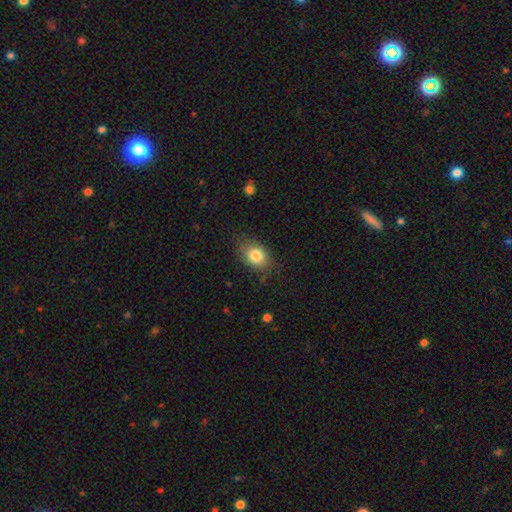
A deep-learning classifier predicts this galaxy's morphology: This appears to be a smooth galaxy with no disk features (82%) that is in between round and cigar-shaped (67%). Merging: none (77%).